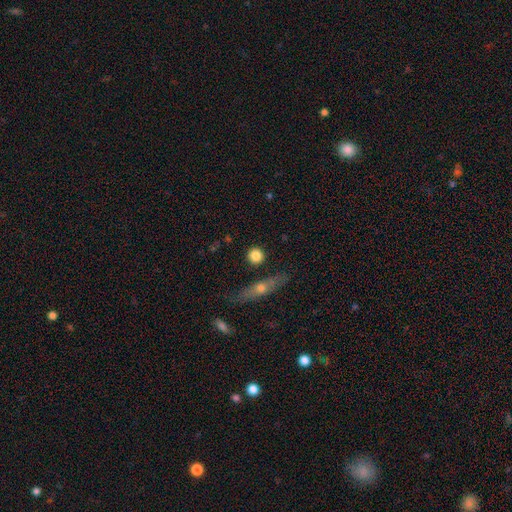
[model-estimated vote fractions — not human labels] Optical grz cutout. It shows a smooth galaxy with no disk features (80%) that is round (89%). Merging: none (84%).